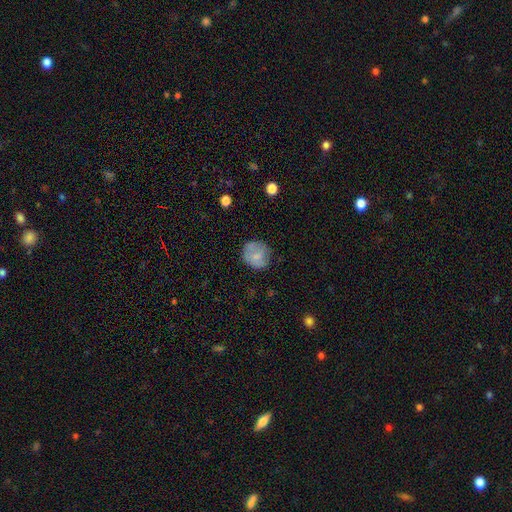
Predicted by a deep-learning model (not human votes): A smooth galaxy with no disk features (66%) that is round (84%).

Vote fractions:
- Smooth or featured? smooth: 66% / featured or disk: 26% / star or artifact: 8%
- How rounded? round: 84% / in between: 15% / cigar-shaped: 1%
- Merging? none: 71% / minor disturbance: 20% / major disturbance: 7% / merger: 2%